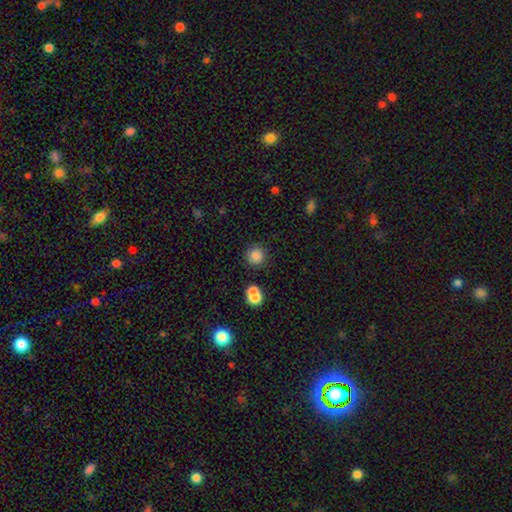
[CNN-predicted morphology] smooth_or_featured: smooth (p=0.84) [alt: star or artifact p=0.11]
how_rounded: round (p=0.92) [alt: in between p=0.07]
merging: none (p=0.80) [alt: merger p=0.09]